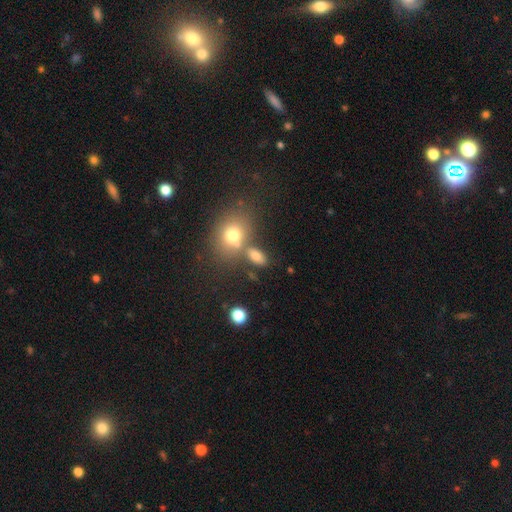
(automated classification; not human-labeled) Smooth or featured: smooth — 77% (star or artifact — 12%)
How rounded: in between — 80% (round — 15%)
Merging: none — 60% (merger — 22%)